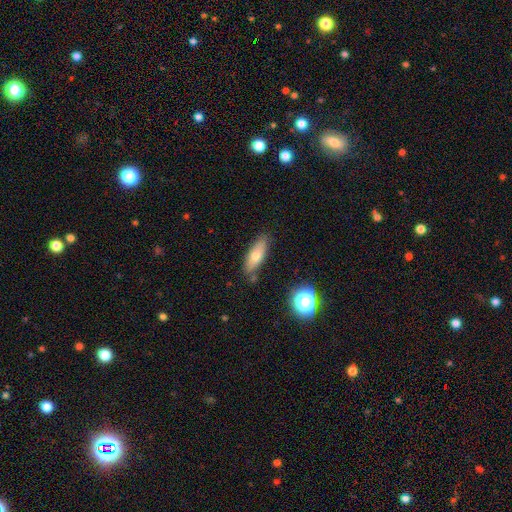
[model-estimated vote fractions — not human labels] Morphology: type=smooth (71%); roundness=in between (62%); merging=none (77%).